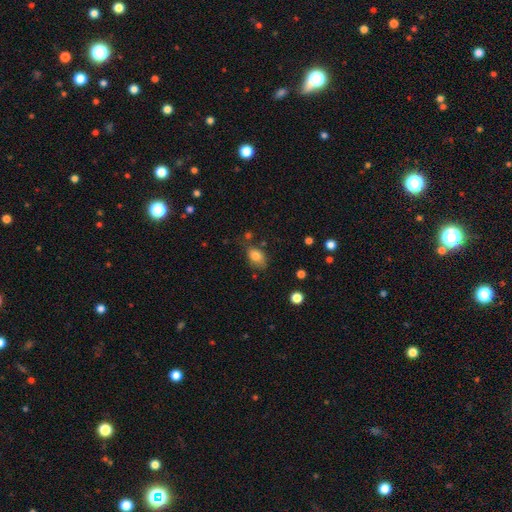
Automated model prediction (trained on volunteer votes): smooth 82%, star or artifact 9%, featured or disk 9%. Down the decision tree: how rounded — in between (83%); merging — none (65%).